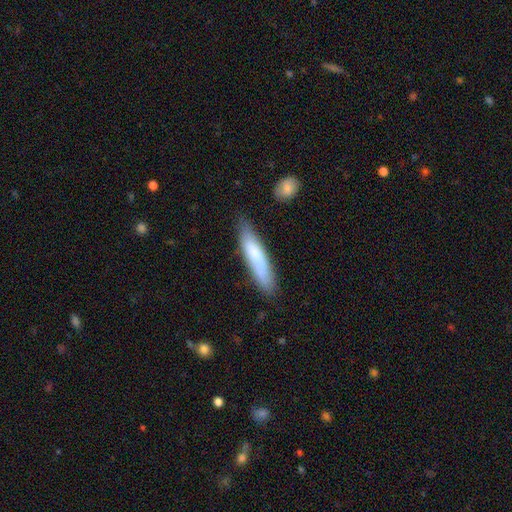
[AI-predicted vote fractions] Smooth or featured?
  - smooth: 71% *
  - featured or disk: 23%
  - star or artifact: 6%
How rounded?
  - cigar-shaped: 81% *
  - in between: 18%
  - round: 1%
Merging?
  - none: 74% *
  - minor disturbance: 20%
  - major disturbance: 4%
  - merger: 3%